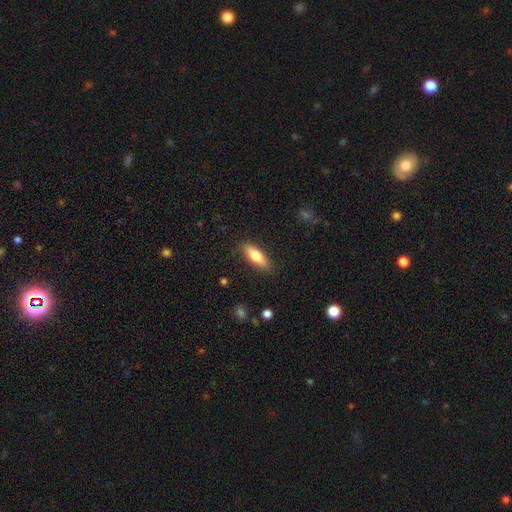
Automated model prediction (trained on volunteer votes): A smooth galaxy with no disk features (70%) that is in between round and cigar-shaped (54%). Merging: none (87%).